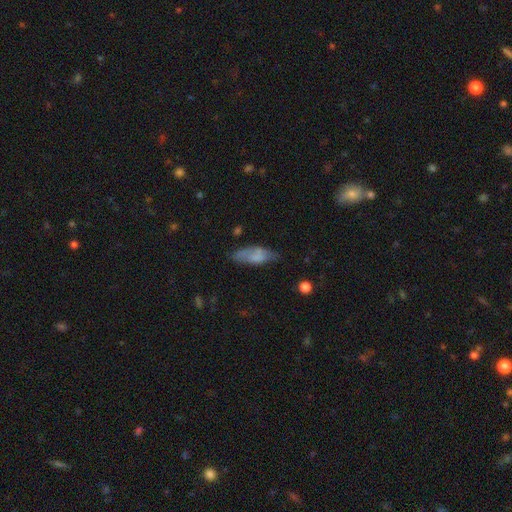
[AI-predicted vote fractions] Smooth or featured: smooth — 69% (featured or disk — 23%)
How rounded: in between — 66% (cigar-shaped — 32%)
Merging: none — 56% (minor disturbance — 29%)